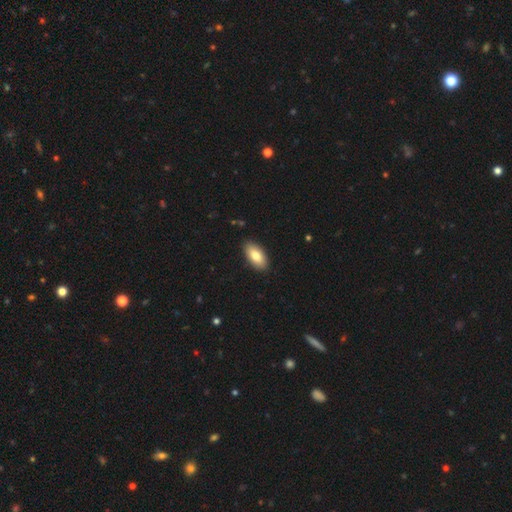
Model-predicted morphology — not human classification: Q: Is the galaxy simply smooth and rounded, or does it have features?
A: smooth — 81%.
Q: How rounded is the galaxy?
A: in between — 92%.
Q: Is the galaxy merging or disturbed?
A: none — 89%.